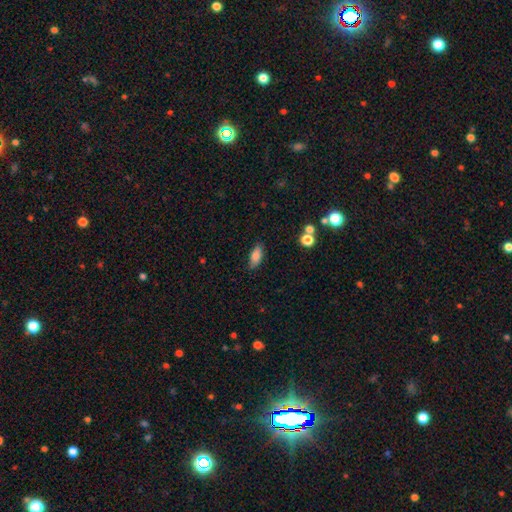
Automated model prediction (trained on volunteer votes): Q: Smooth or featured?
A: smooth (80%); runner-up: featured or disk (12%)
Q: How rounded?
A: in between (84%); runner-up: cigar-shaped (13%)
Q: Merging?
A: none (78%); runner-up: minor disturbance (16%)